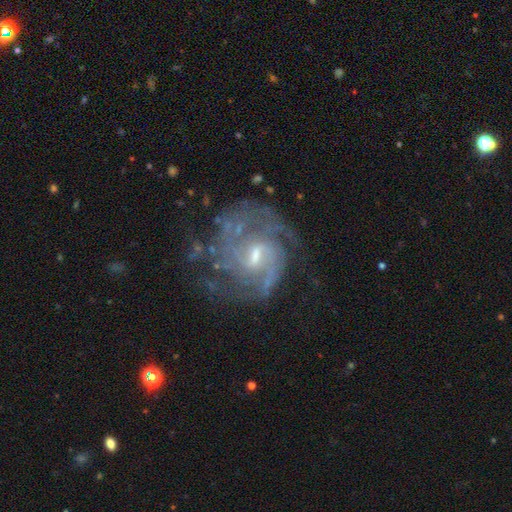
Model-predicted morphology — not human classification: Smooth or featured? Predicted: featured or disk (p=0.88). Edge-on disk? Predicted: no (p=0.98). Bar? Predicted: weak (p=0.64). Spiral arms? Predicted: yes (p=0.95). Spiral winding? Predicted: medium (p=0.45). Spiral arm count? Predicted: 2 (p=0.40). Bulge size? Predicted: small (p=0.48). Merging? Predicted: none (p=0.64).